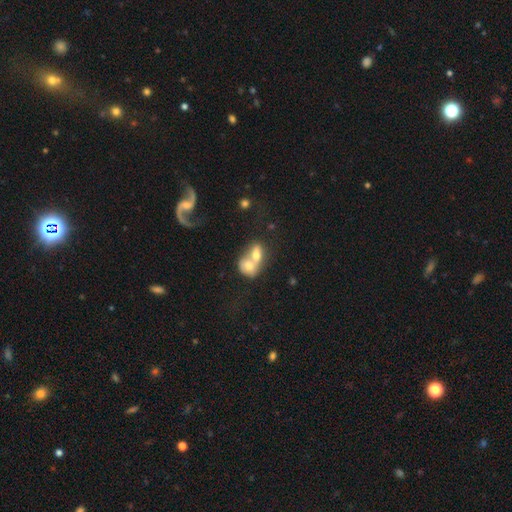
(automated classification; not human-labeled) smooth 53%, featured or disk 38%, star or artifact 9%. Down the decision tree: how rounded — in between (62%); merging — merger (75%).